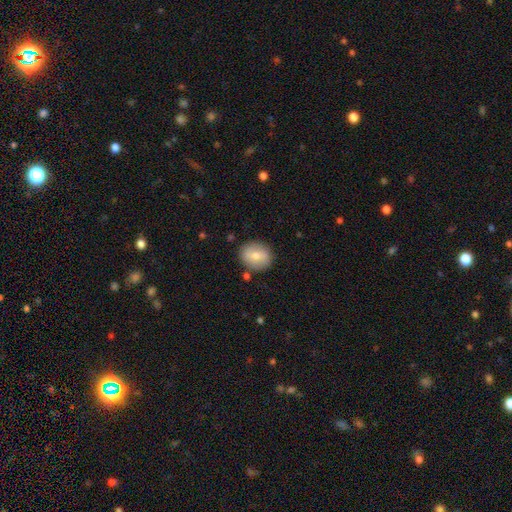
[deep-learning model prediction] Smooth or featured?
  - smooth: 66% *
  - featured or disk: 27%
  - star or artifact: 7%
How rounded?
  - round: 70% *
  - in between: 29%
  - cigar-shaped: 1%
Merging?
  - none: 84% *
  - minor disturbance: 10%
  - merger: 3%
  - major disturbance: 3%